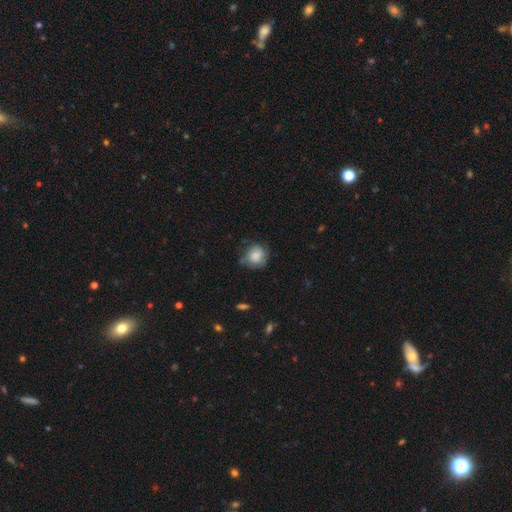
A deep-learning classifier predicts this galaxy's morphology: Smooth or featured? smooth (72%)
How rounded? round (80%)
Merging? none (55%)